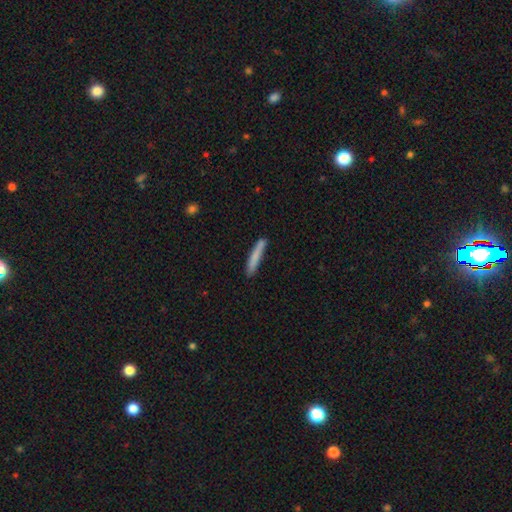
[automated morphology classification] A smooth galaxy with no disk features (80%) that is cigar-shaped (94%). Merging: none (81%).